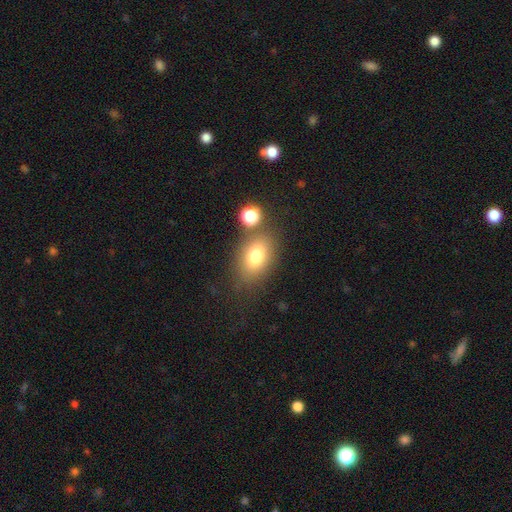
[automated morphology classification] Q: Smooth or featured?
A: smooth (77%); runner-up: featured or disk (12%)
Q: How rounded?
A: in between (81%); runner-up: round (17%)
Q: Merging?
A: none (71%); runner-up: minor disturbance (13%)